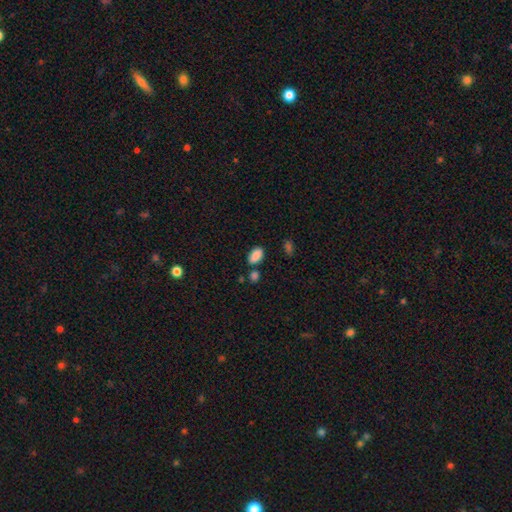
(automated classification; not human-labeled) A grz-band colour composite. It shows a smooth galaxy with no disk features (87%) that is in between round and cigar-shaped (93%). Merging: none (75%).